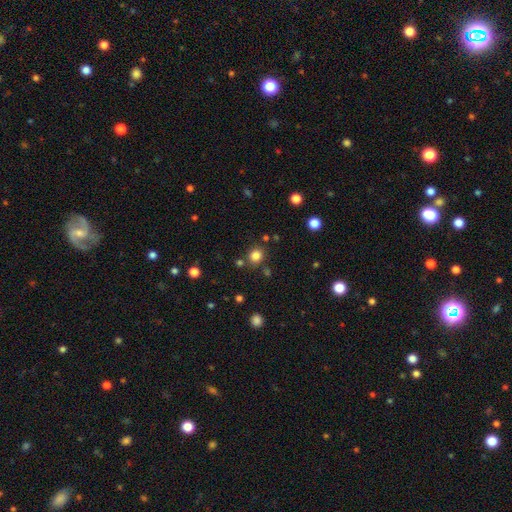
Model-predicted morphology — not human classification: smooth_or_featured: smooth (p=0.81) [alt: star or artifact p=0.14]
how_rounded: round (p=0.82) [alt: in between p=0.17]
merging: none (p=0.81) [alt: minor disturbance p=0.09]